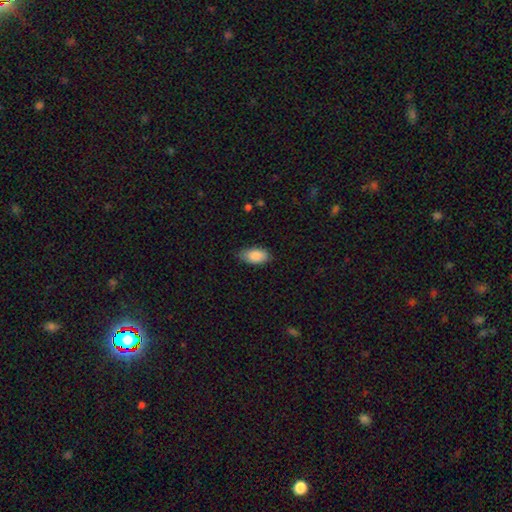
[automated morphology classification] This is clearly a smooth galaxy (87%). How rounded: clearly in between (94%). Merging: likely none (78%).